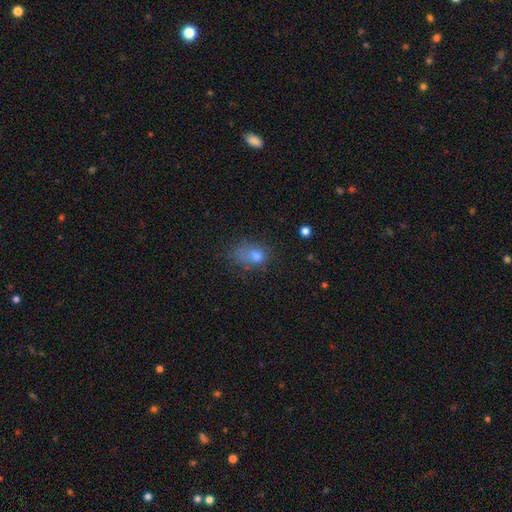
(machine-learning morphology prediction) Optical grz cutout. It shows a smooth galaxy with no disk features (71%) that is in between round and cigar-shaped (72%). Merging: none (35%).